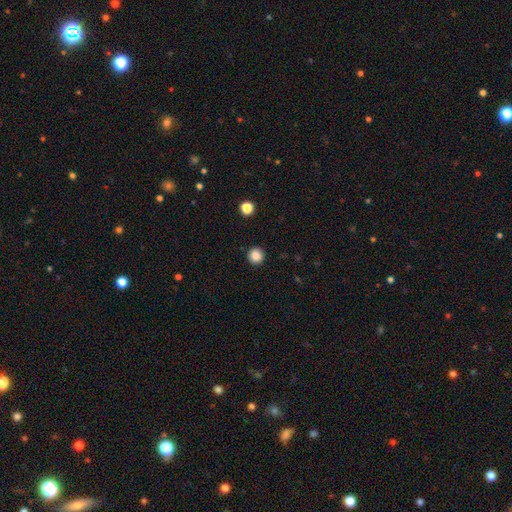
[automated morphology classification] A smooth galaxy with no disk features (86%) that is round (95%).

Vote fractions:
- Smooth or featured? smooth: 86% / star or artifact: 11% / featured or disk: 3%
- How rounded? round: 95% / in between: 4% / cigar-shaped: 1%
- Merging? none: 91% / minor disturbance: 6% / major disturbance: 2% / merger: 1%